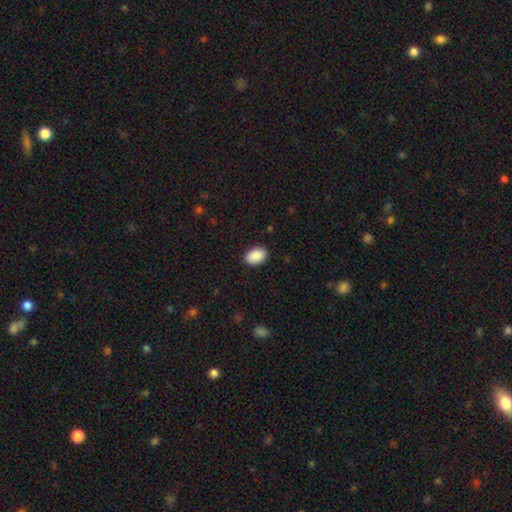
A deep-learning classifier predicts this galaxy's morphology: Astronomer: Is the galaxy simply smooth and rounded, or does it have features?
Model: smooth — 90%.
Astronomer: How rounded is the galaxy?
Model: in between — 88%.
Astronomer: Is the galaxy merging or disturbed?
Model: none — 89%.